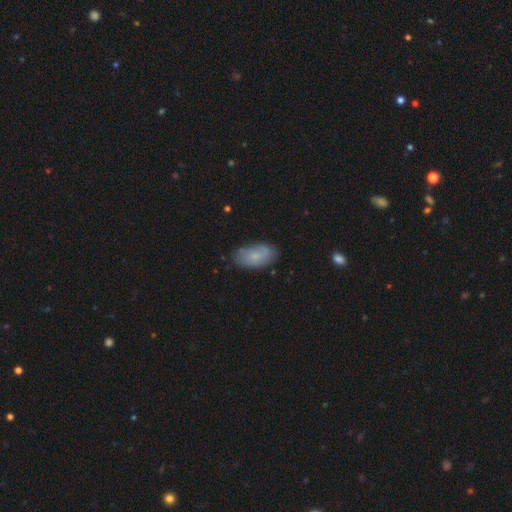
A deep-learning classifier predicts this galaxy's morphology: type=smooth (70%); roundness=in between (94%); merging=none (76%).